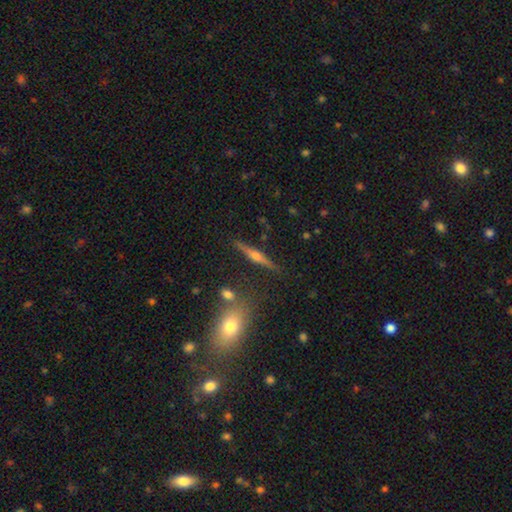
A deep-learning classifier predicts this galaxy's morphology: This appears to be a featured or disk galaxy (72%) viewed edge-on (97%) with a rounded central bulge (89%). Merging: none (85%).